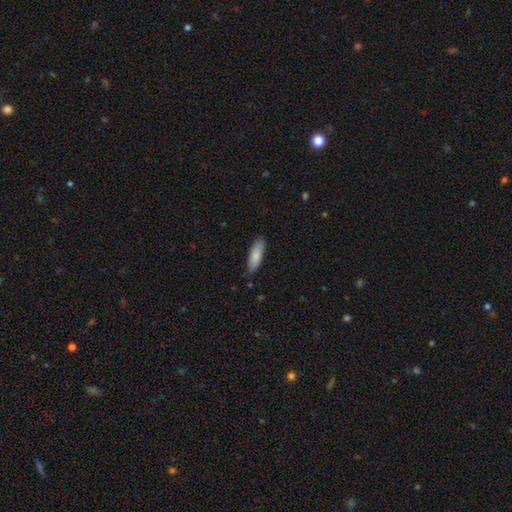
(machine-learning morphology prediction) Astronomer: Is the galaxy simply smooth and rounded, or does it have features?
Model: smooth — 85%.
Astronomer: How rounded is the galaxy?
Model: in between — 56% (runner-up: cigar-shaped, 43%).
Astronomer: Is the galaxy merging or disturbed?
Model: none — 83%.